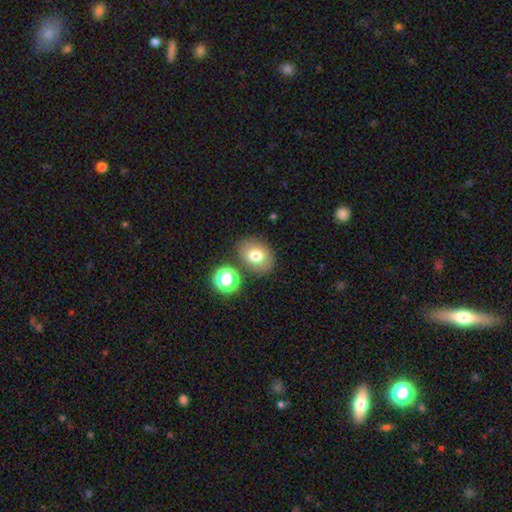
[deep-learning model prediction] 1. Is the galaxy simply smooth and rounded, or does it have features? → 75% smooth, 13% featured or disk, 11% star or artifact.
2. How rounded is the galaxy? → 59% in between, 40% round, 1% cigar-shaped.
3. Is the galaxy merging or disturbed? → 78% none, 12% minor disturbance, 6% merger, 4% major disturbance.